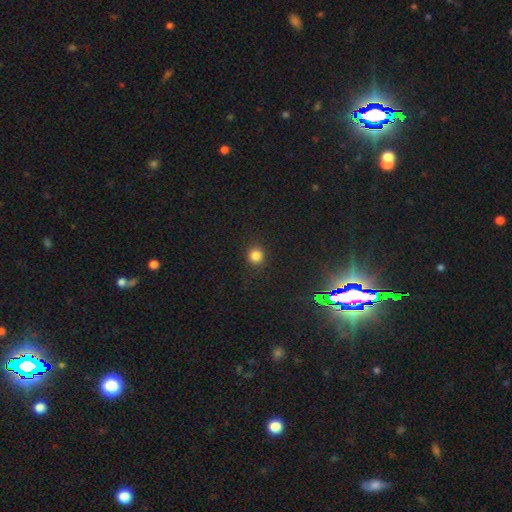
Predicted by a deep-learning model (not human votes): smooth_or_featured: smooth (p=0.82) [alt: star or artifact p=0.13]
how_rounded: round (p=0.92) [alt: in between p=0.07]
merging: none (p=0.90) [alt: minor disturbance p=0.06]